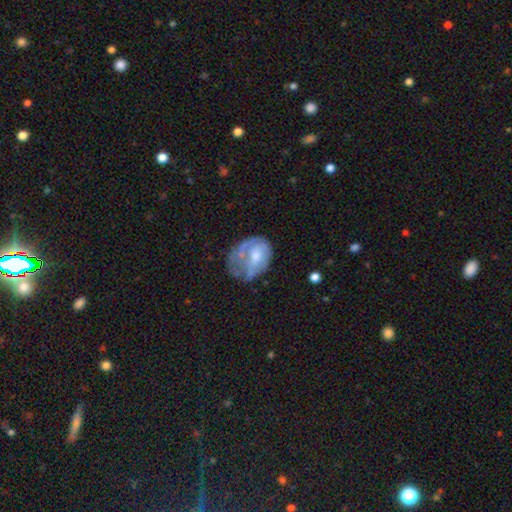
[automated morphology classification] This is possibly a featured or disk galaxy (51%). It is clearly not viewed edge-on (97%). Merging: marginally none (35%).